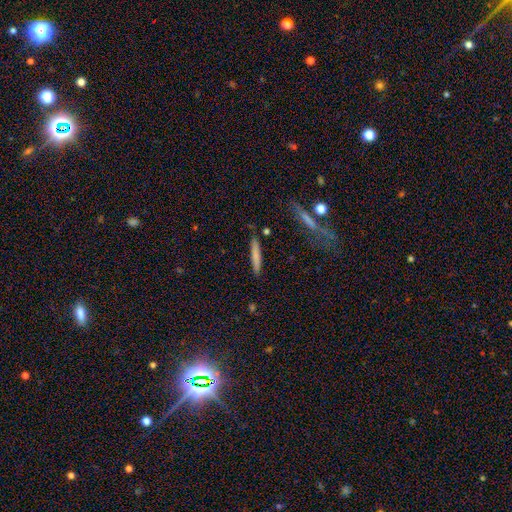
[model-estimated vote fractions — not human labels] This is likely a smooth galaxy (73%). How rounded: clearly cigar-shaped (92%). Merging: clearly none (85%).